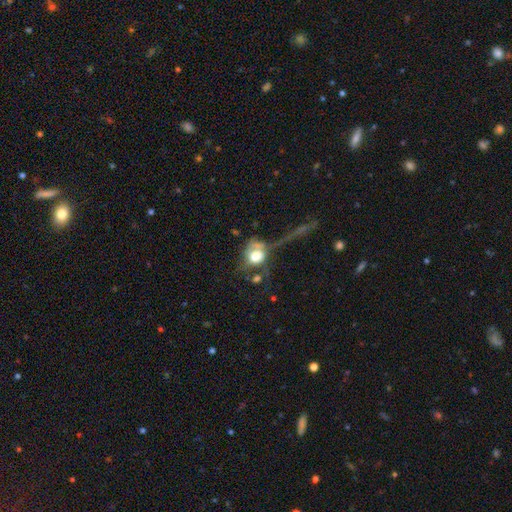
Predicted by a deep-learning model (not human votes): smooth-or-featured: smooth: 58% | featured or disk: 29% | star or artifact: 13%
  how-rounded: round: 63% | in between: 34% | cigar-shaped: 3%
  merging: major disturbance: 40% | none: 26% | merger: 18% | minor disturbance: 16%